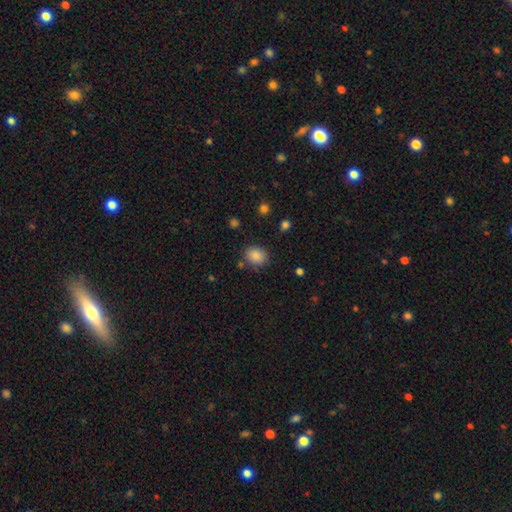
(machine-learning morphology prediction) Smooth or featured?
  - smooth: 86% *
  - star or artifact: 9%
  - featured or disk: 4%
How rounded?
  - round: 58% *
  - in between: 41%
  - cigar-shaped: 1%
Merging?
  - none: 82% *
  - minor disturbance: 11%
  - major disturbance: 4%
  - merger: 3%